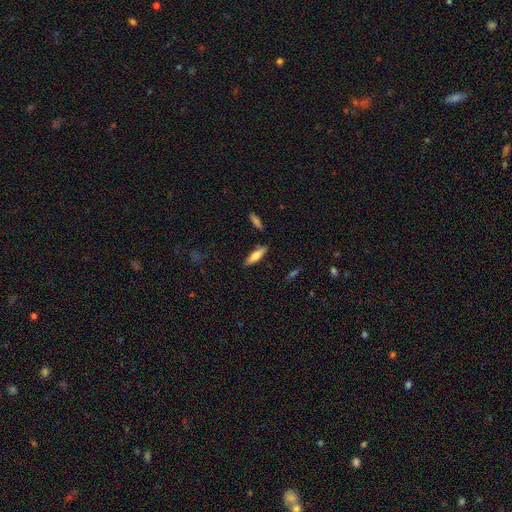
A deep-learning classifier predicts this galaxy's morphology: Q: Smooth or featured?
A: smooth (63%); runner-up: featured or disk (31%)
Q: How rounded?
A: cigar-shaped (56%); runner-up: in between (42%)
Q: Merging?
A: none (83%); runner-up: minor disturbance (11%)